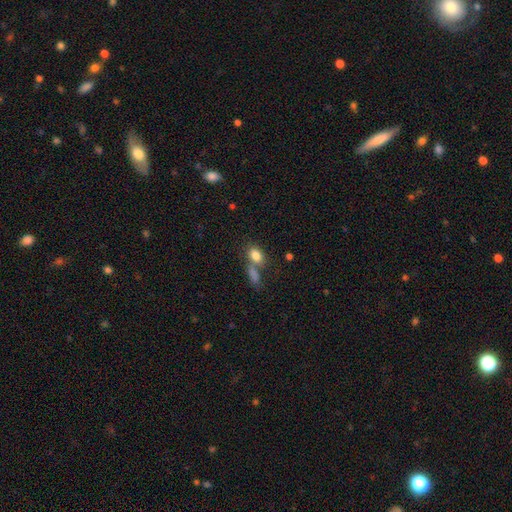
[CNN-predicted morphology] The model was most divided on "merging": none: 47%, merger: 35%, minor disturbance: 12%, major disturbance: 6%. More confident: smooth or featured — smooth (82%); how rounded — in between (79%).